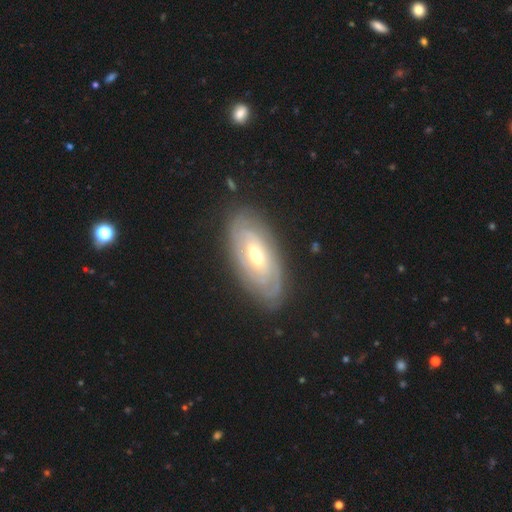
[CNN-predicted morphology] Smooth or featured? Predicted: featured or disk (p=0.76). Edge-on disk? Predicted: no (p=0.89). Bar? Predicted: no (p=0.46). Spiral arms? Predicted: yes (p=0.79). Spiral winding? Predicted: tight (p=0.77). Spiral arm count? Predicted: can't tell (p=0.52). Bulge size? Predicted: moderate (p=0.67). Merging? Predicted: none (p=0.83).